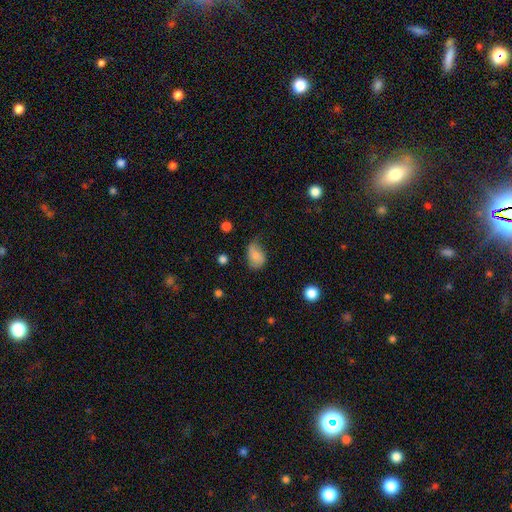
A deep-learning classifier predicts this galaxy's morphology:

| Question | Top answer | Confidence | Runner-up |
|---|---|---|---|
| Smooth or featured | smooth | 72% | featured or disk (19%) |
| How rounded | in between | 77% | round (22%) |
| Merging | none | 46% | minor disturbance (39%) |